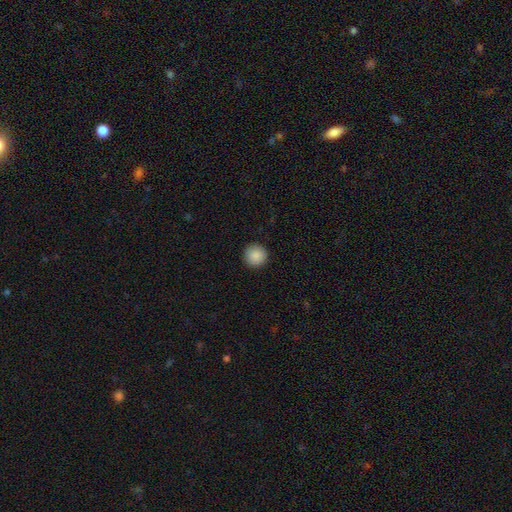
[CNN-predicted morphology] smooth_or_featured: smooth (p=0.89) [alt: star or artifact p=0.08]
how_rounded: round (p=0.96) [alt: in between p=0.03]
merging: none (p=0.92) [alt: minor disturbance p=0.05]